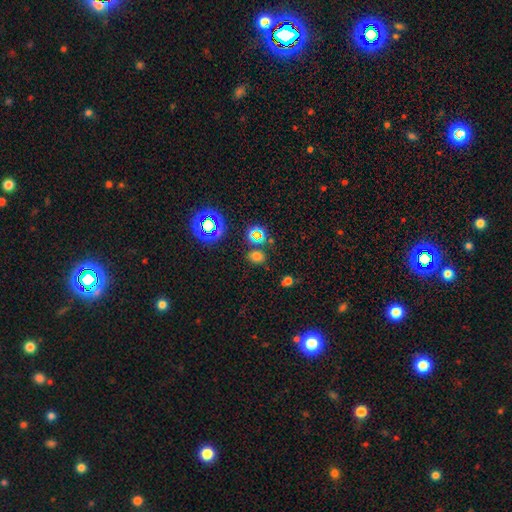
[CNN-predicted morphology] The model was most divided on "how rounded": round: 56%, in between: 43%, cigar-shaped: 1%. More confident: merging — none (80%); smooth or featured — smooth (63%).